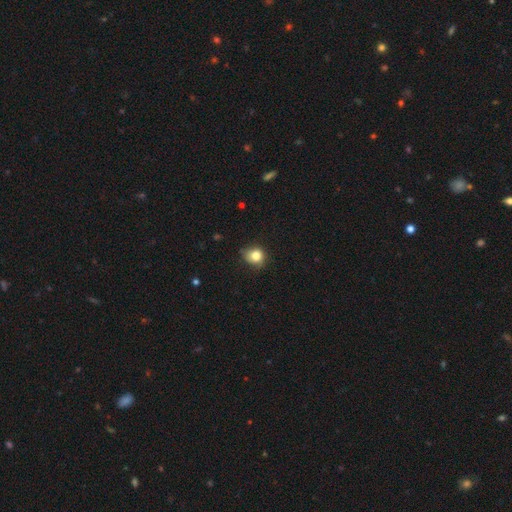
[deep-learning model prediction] Smooth or featured? smooth (83%)
How rounded? round (75%)
Merging? none (65%)